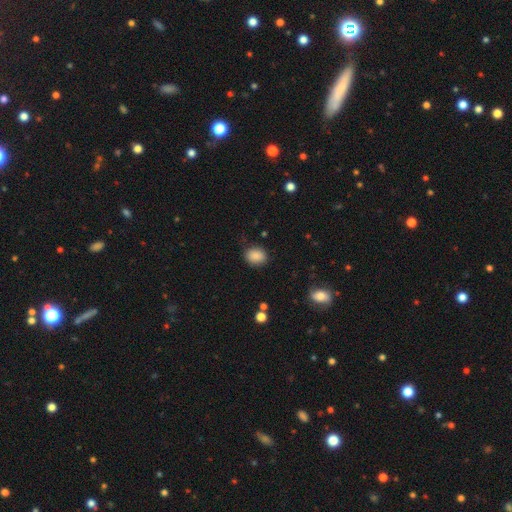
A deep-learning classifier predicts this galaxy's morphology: Q: Smooth or featured?
A: smooth (87%); runner-up: star or artifact (9%)
Q: How rounded?
A: round (53%); runner-up: in between (46%)
Q: Merging?
A: none (82%); runner-up: minor disturbance (13%)